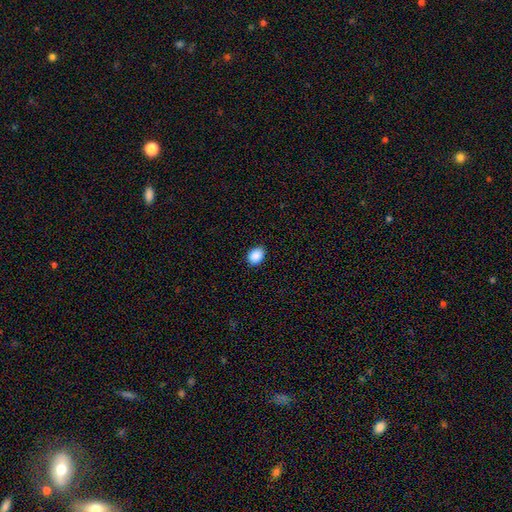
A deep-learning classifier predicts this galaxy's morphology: This appears to be a smooth galaxy with no disk features (90%) that is in between round and cigar-shaped (66%). Merging: none (88%).